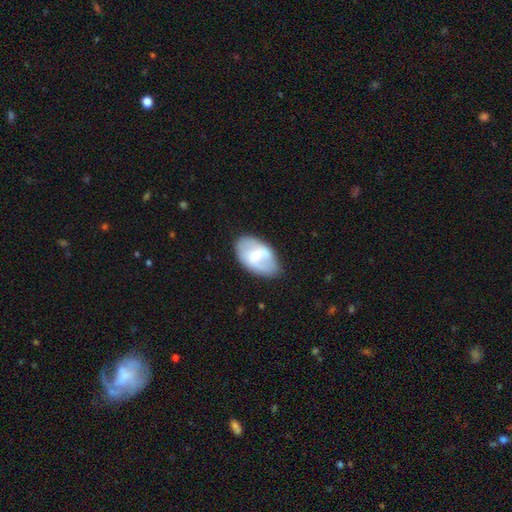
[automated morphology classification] smooth_or_featured: featured or disk (p=0.49) [alt: smooth p=0.44]
merging: none (p=0.69) [alt: minor disturbance p=0.22]